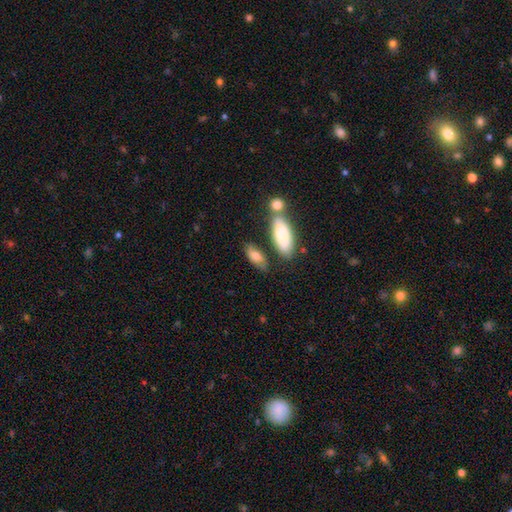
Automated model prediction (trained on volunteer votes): The model was most divided on "merging": none: 62%, minor disturbance: 19%, merger: 13%, major disturbance: 6%. More confident: how rounded — in between (78%); smooth or featured — smooth (73%).